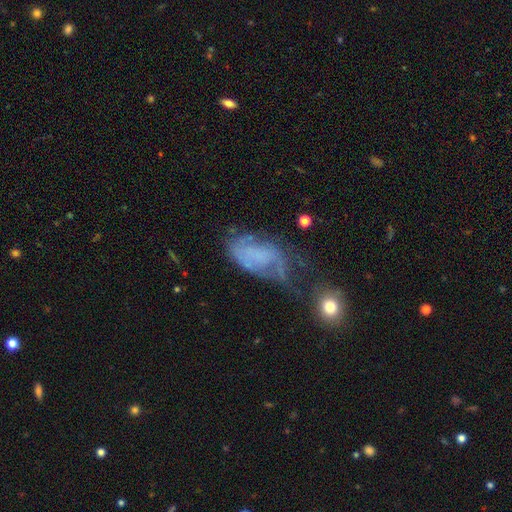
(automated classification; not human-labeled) Q: Smooth or featured?
A: featured or disk (59%); runner-up: smooth (29%)
Q: Edge-on disk?
A: no (95%); runner-up: yes (5%)
Q: Bar?
A: no (74%); runner-up: weak (21%)
Q: Spiral arms?
A: yes (65%); runner-up: no (35%)
Q: Bulge size?
A: none (67%); runner-up: small (20%)
Q: Merging?
A: none (33%); runner-up: major disturbance (31%)